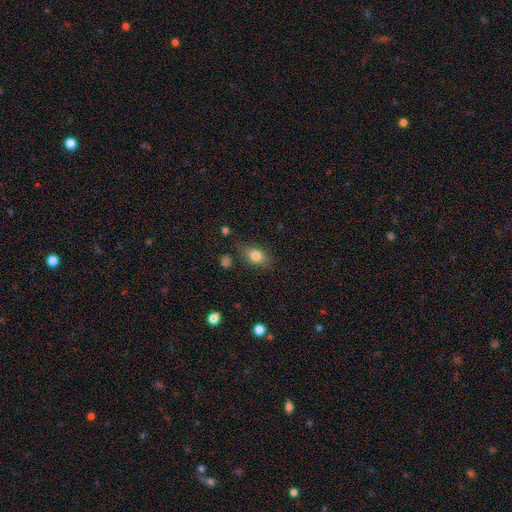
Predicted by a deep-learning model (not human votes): Smooth or featured? Predicted: smooth (p=0.79). How rounded? Predicted: in between (p=0.77). Merging? Predicted: none (p=0.75).